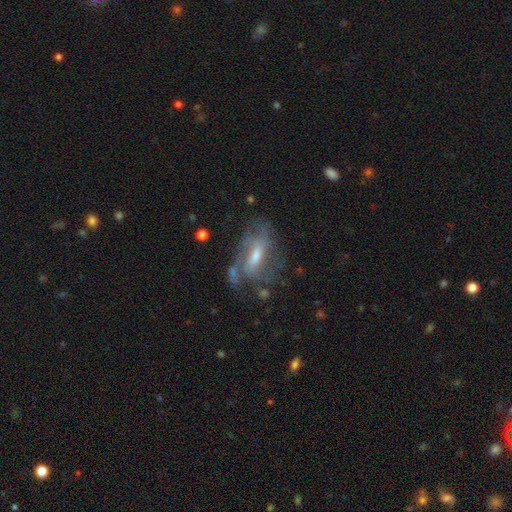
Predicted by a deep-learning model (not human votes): This appears to be a featured or disk galaxy (73%) with a weak bar (48%), medium (44%) spiral arms (81%) and a moderate central bulge (53%). Merging: none (48%).